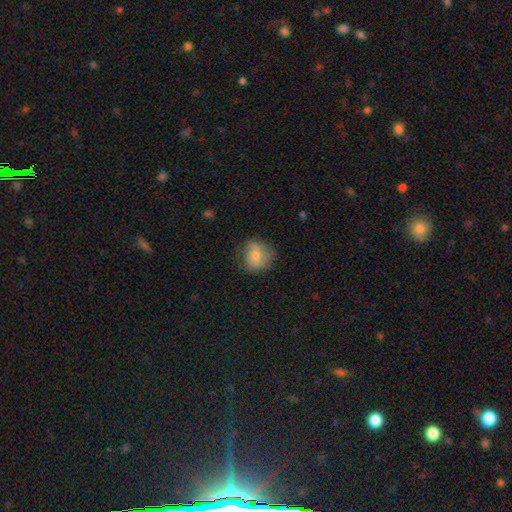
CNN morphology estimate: smooth 69%, featured or disk 22%, star or artifact 9%. Down the decision tree: how rounded — round (73%); merging — none (69%).